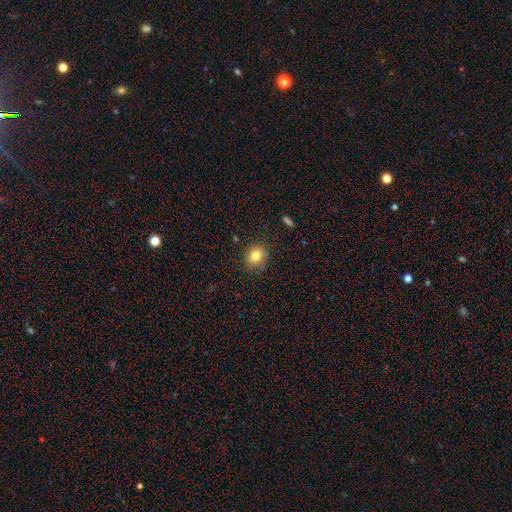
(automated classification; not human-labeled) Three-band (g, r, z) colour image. It shows a smooth galaxy with no disk features (80%) that is round (80%). Merging: none (84%).